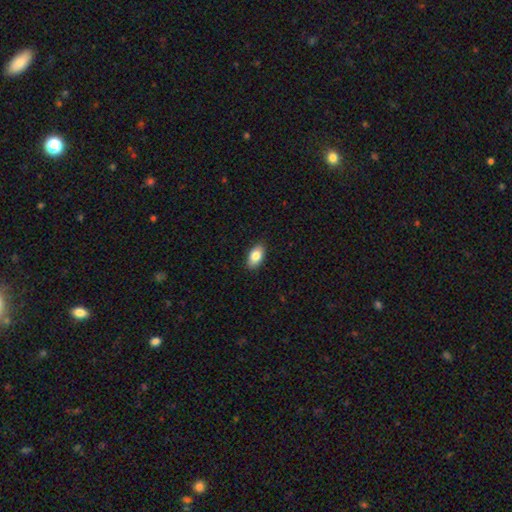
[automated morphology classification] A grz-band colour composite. It shows a smooth galaxy with no disk features (83%) that is in between round and cigar-shaped (92%). Merging: none (88%).